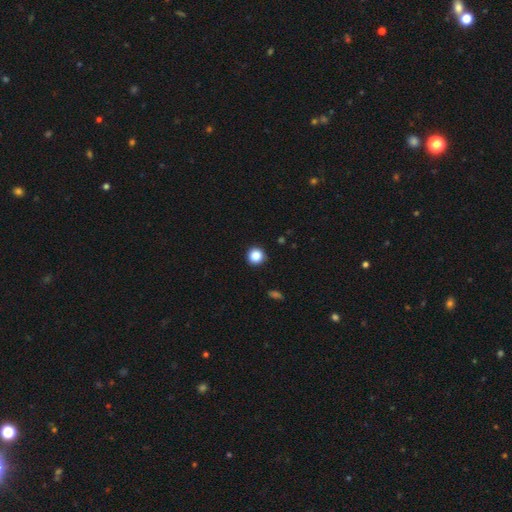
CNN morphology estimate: Q: Smooth or featured?
A: smooth (87%); runner-up: star or artifact (10%)
Q: How rounded?
A: round (95%); runner-up: in between (4%)
Q: Merging?
A: none (92%); runner-up: minor disturbance (5%)